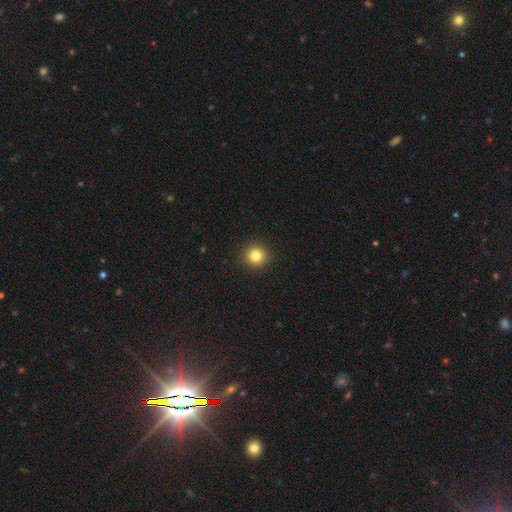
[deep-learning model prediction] Smooth or featured? smooth (82%)
How rounded? round (95%)
Merging? none (93%)